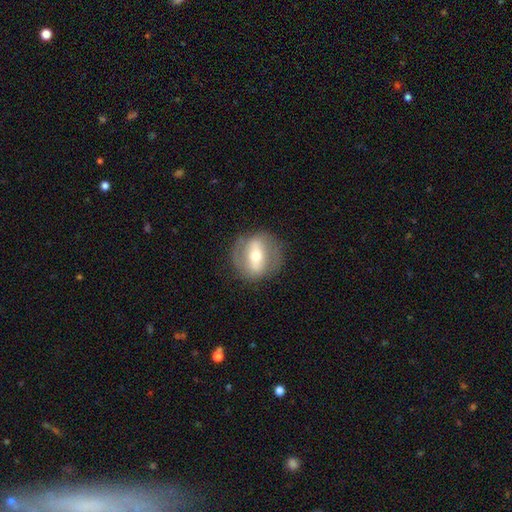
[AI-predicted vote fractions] This appears to be a featured or disk galaxy (63%) with a strong bar (62%), no spiral arms (63%) and a moderate central bulge (63%). Merging: none (79%).